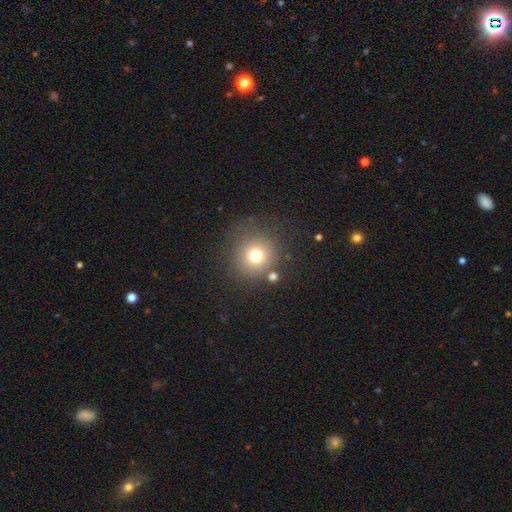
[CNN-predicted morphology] type=smooth (73%); roundness=round (92%); merging=none (77%).